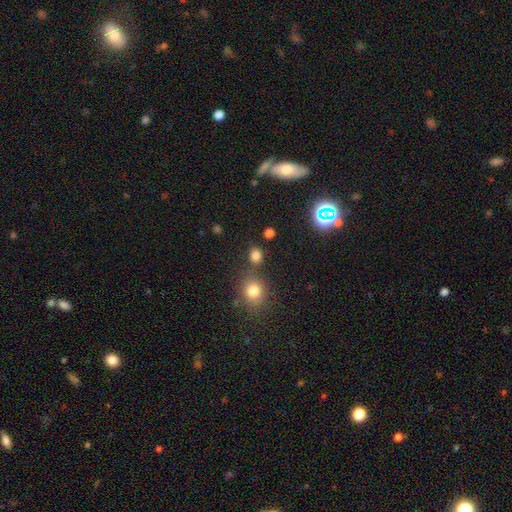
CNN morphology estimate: smooth-or-featured: smooth: 77% | star or artifact: 18% | featured or disk: 5%
  how-rounded: round: 60% | in between: 39% | cigar-shaped: 2%
  merging: none: 75% | merger: 10% | minor disturbance: 10% | major disturbance: 4%